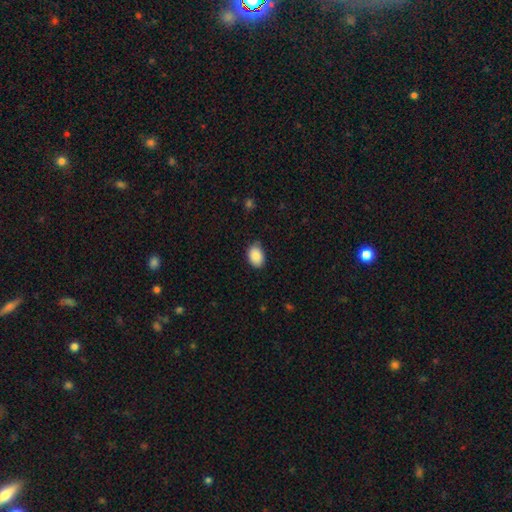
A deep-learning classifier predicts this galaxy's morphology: smooth-or-featured: smooth: 89% | star or artifact: 7% | featured or disk: 4%
  how-rounded: in between: 82% | round: 17% | cigar-shaped: 1%
  merging: none: 77% | minor disturbance: 19% | major disturbance: 3% | merger: 1%